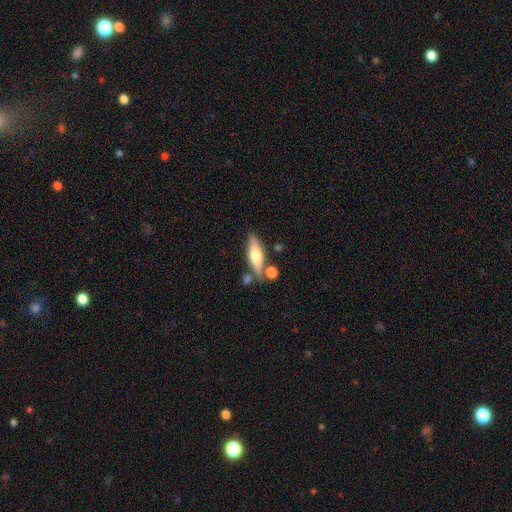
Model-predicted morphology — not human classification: A smooth galaxy with no disk features (51%) that is cigar-shaped (59%). Merging: none (68%).